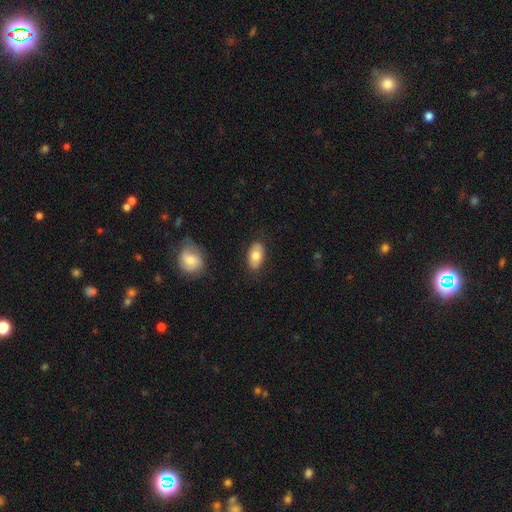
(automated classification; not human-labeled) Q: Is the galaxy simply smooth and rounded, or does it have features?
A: smooth — 76%.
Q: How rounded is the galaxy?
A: in between — 93%.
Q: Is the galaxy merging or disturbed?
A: none — 84%.